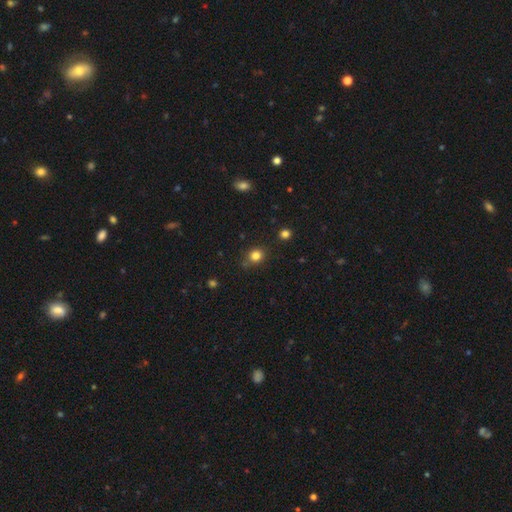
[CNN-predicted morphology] Smooth or featured? Predicted: smooth (p=0.82). How rounded? Predicted: round (p=0.77). Merging? Predicted: none (p=0.80).